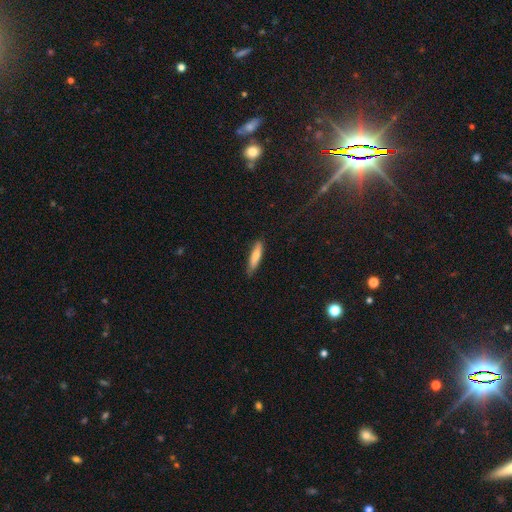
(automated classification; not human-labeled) Smooth or featured? smooth (75%)
How rounded? cigar-shaped (81%)
Merging? none (82%)